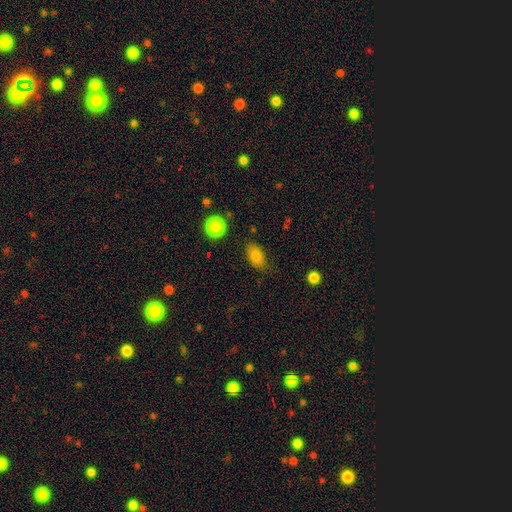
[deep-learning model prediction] Smooth or featured: smooth — 83% (star or artifact — 10%)
How rounded: in between — 87% (round — 10%)
Merging: none — 74% (minor disturbance — 19%)